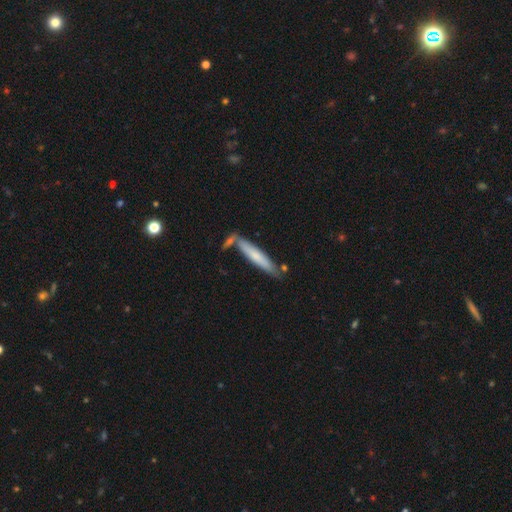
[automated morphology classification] Q: Smooth or featured?
A: smooth (66%); runner-up: featured or disk (28%)
Q: How rounded?
A: cigar-shaped (89%); runner-up: in between (10%)
Q: Merging?
A: none (71%); runner-up: minor disturbance (15%)